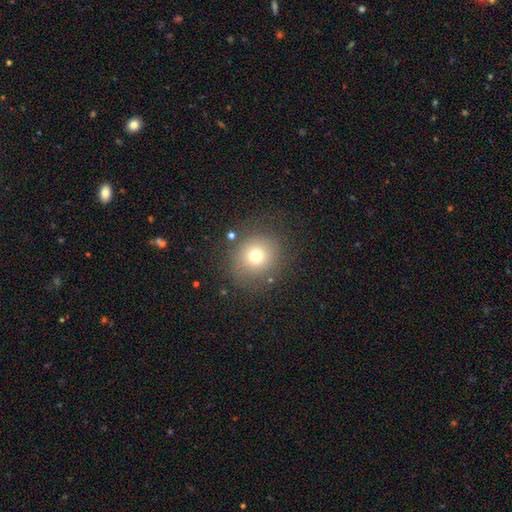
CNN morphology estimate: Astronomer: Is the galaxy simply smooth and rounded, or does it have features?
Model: smooth — 71%.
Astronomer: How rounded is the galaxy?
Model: round — 89%.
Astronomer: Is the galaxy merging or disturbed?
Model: none — 81%.